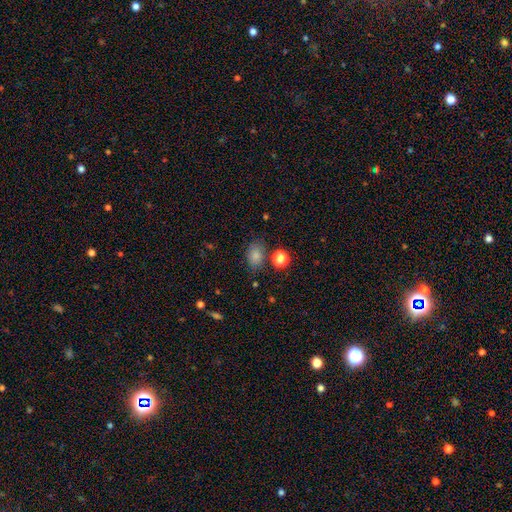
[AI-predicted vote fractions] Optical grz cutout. It shows a smooth galaxy with no disk features (82%) that is in between round and cigar-shaped (76%). Merging: none (73%).